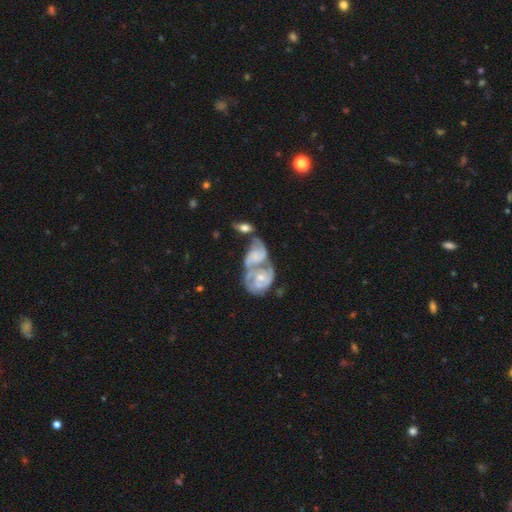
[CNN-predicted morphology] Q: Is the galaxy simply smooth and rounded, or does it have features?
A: featured or disk — 78%.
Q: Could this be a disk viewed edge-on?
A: no — 97%.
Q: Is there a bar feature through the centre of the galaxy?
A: no — 67%.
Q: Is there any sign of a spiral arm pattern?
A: yes — 87%.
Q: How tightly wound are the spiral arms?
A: medium — 42%.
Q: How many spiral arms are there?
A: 2 — 56%.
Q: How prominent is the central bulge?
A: small — 51%.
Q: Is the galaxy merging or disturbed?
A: merger — 70%.